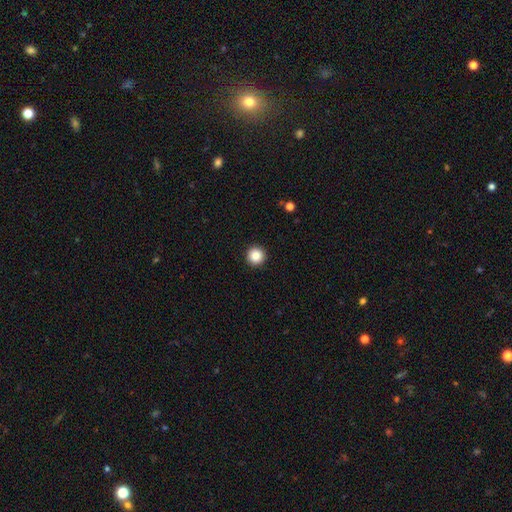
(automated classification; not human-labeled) Overall: smooth (84%). How rounded: round (96%). Merging: none (94%).